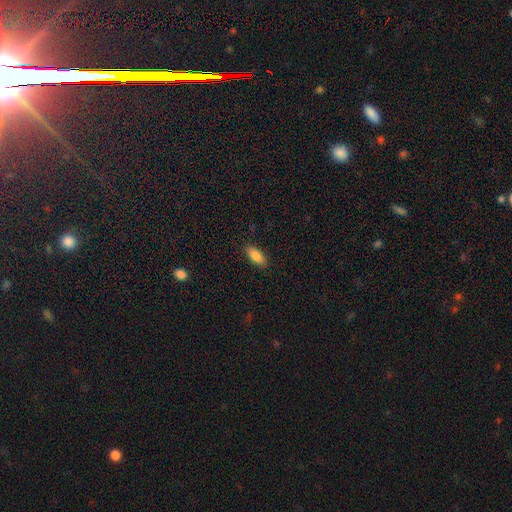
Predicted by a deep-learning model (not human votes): smooth_or_featured: smooth (p=0.85) [alt: featured or disk p=0.08]
how_rounded: in between (p=0.84) [alt: cigar-shaped p=0.14]
merging: none (p=0.87) [alt: minor disturbance p=0.09]